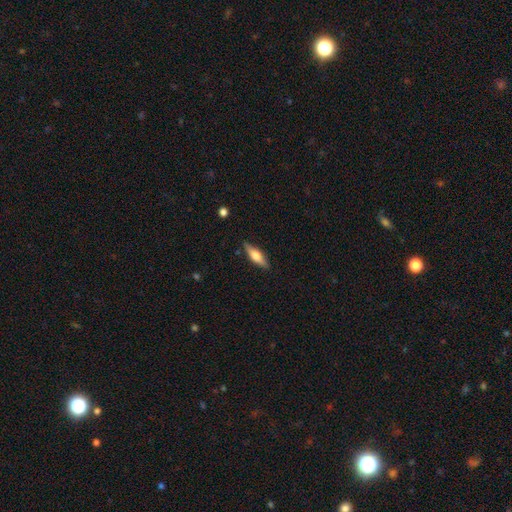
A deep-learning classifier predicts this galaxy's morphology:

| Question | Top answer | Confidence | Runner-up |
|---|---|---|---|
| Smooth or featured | smooth | 51% | featured or disk (43%) |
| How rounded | cigar-shaped | 52% | in between (46%) |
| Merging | none | 84% | minor disturbance (12%) |